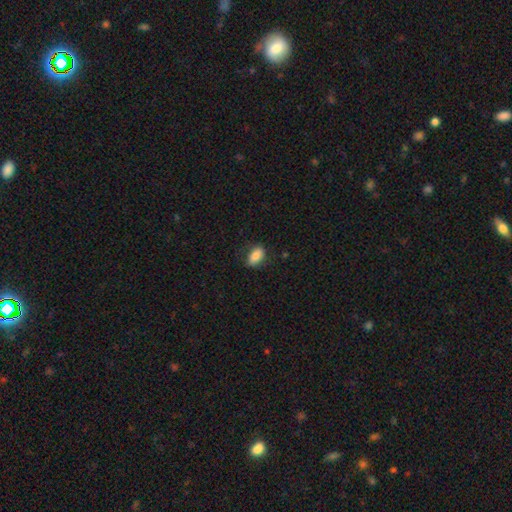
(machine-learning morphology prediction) smooth-or-featured: smooth: 83% | featured or disk: 9% | star or artifact: 8%
  how-rounded: in between: 89% | round: 7% | cigar-shaped: 4%
  merging: none: 76% | minor disturbance: 18% | major disturbance: 5% | merger: 1%